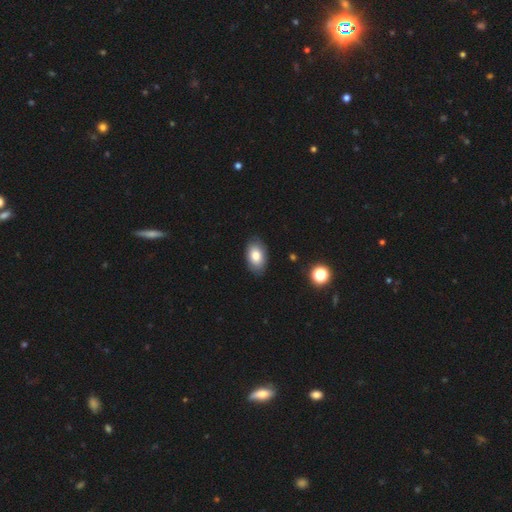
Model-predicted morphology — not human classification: Smooth or featured: smooth — 81% (featured or disk — 11%)
How rounded: in between — 91% (round — 7%)
Merging: none — 85% (minor disturbance — 11%)